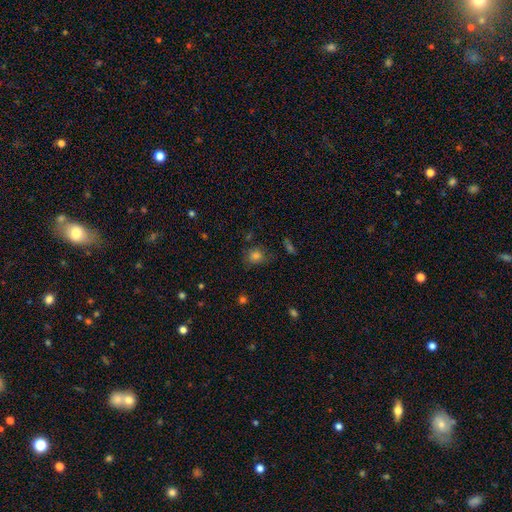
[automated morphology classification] smooth-or-featured: smooth: 74% | star or artifact: 18% | featured or disk: 8%
  how-rounded: round: 70% | in between: 28% | cigar-shaped: 1%
  merging: none: 72% | minor disturbance: 18% | major disturbance: 6% | merger: 3%